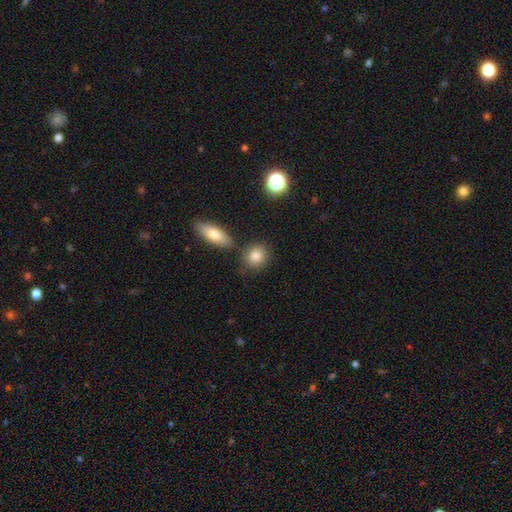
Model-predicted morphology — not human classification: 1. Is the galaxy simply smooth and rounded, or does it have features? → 84% smooth, 9% star or artifact, 7% featured or disk.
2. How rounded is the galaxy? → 65% round, 32% in between, 3% cigar-shaped.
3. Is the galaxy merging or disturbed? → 77% none, 11% minor disturbance, 9% merger, 3% major disturbance.